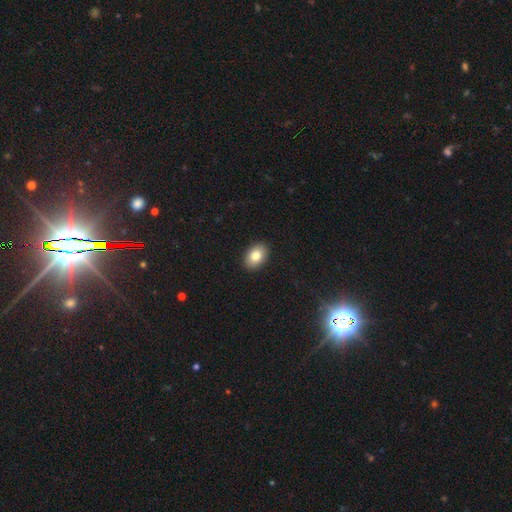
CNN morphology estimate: smooth_or_featured: smooth (p=0.82) [alt: featured or disk p=0.10]
how_rounded: in between (p=0.82) [alt: round p=0.17]
merging: none (p=0.91) [alt: minor disturbance p=0.06]